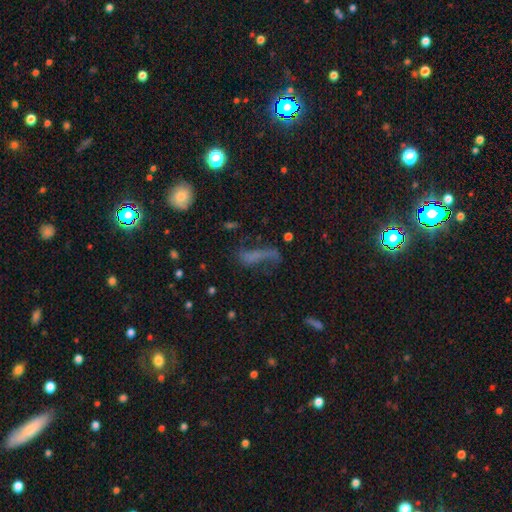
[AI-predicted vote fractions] A smooth galaxy with no disk features (39%).

Vote fractions:
- Smooth or featured? smooth: 39% / featured or disk: 37% / star or artifact: 25%
- Merging? none: 41% / major disturbance: 31% / minor disturbance: 20% / merger: 7%